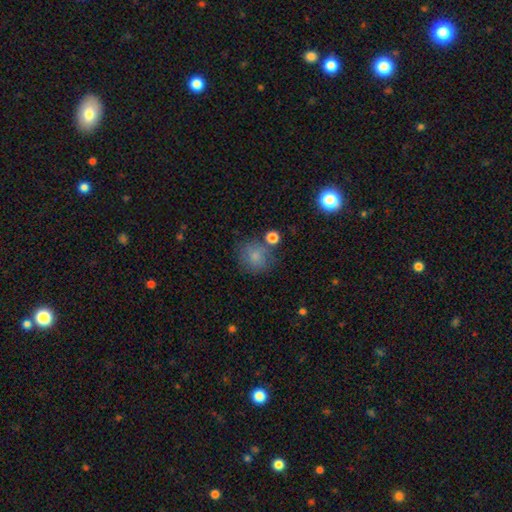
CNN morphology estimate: This appears to be a smooth galaxy with no disk features (78%) that is round (82%). Merging: none (63%).